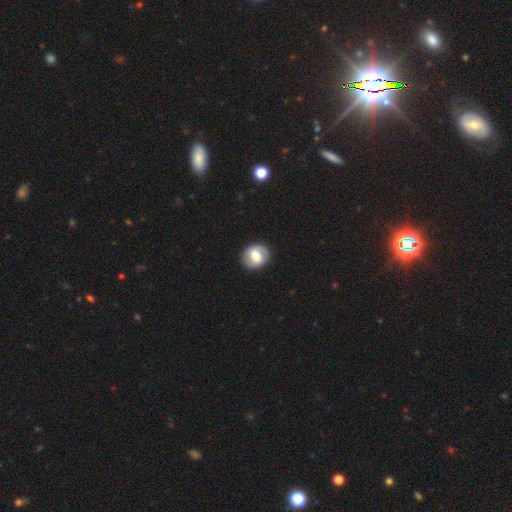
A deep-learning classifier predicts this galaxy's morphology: type=smooth (57%); roundness=round (63%); merging=none (86%).